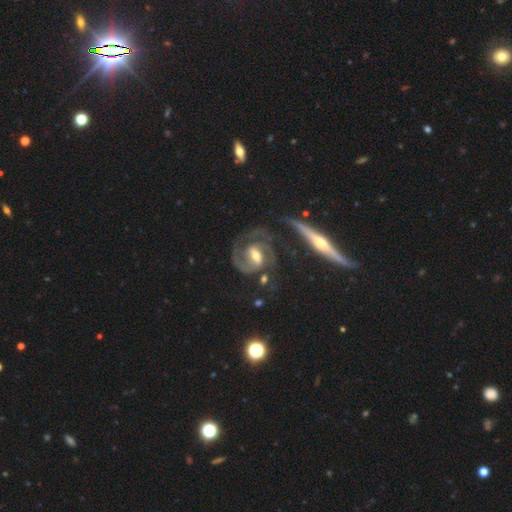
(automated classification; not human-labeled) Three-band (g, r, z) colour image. It shows a featured or disk galaxy (88%) with a weak bar (45%), 2 (82%) medium (51%) spiral arms (97%) and a moderate central bulge (62%). Merging: none (59%).